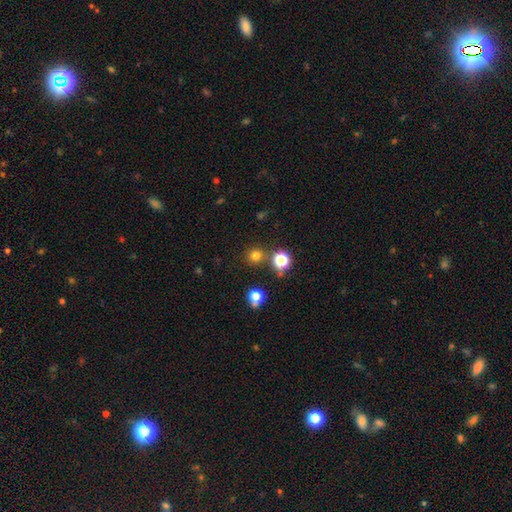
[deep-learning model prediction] A smooth galaxy with no disk features (73%) that is round (92%). Merging: none (81%).